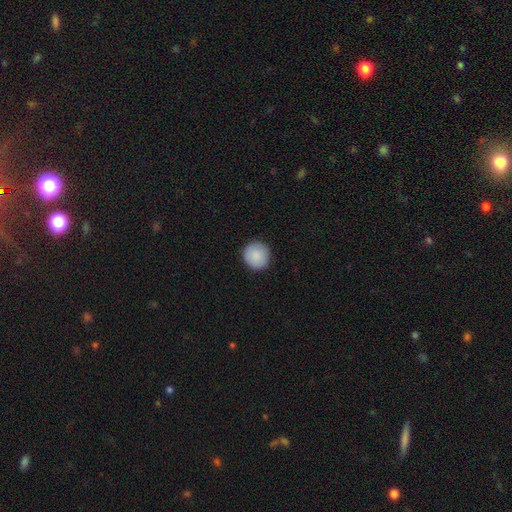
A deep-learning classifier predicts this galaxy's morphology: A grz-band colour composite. It shows a smooth galaxy with no disk features (89%) that is round (94%). Merging: none (91%).